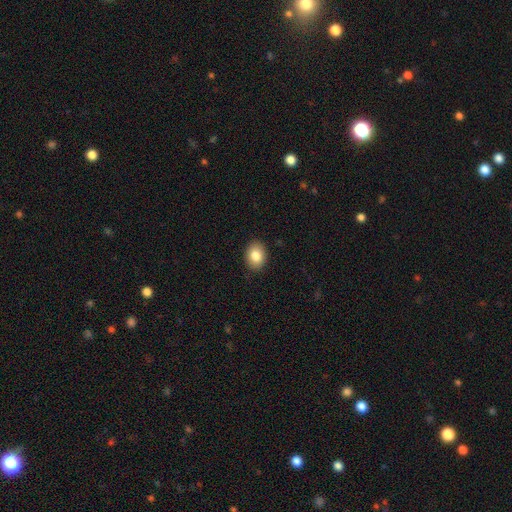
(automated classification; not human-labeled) This appears to be a smooth galaxy with no disk features (84%) that is in between round and cigar-shaped (63%). Merging: none (89%).